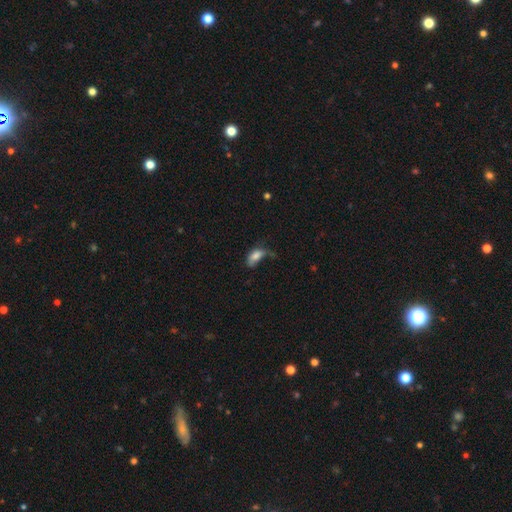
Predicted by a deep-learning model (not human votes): This appears to be a smooth galaxy with no disk features (75%) that is in between round and cigar-shaped (89%). Merging: major disturbance (38%).